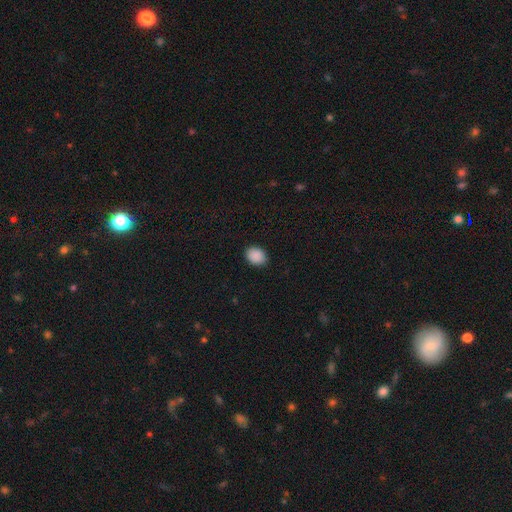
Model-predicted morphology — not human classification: smooth_or_featured: smooth (p=0.90) [alt: star or artifact p=0.08]
how_rounded: in between (p=0.63) [alt: round p=0.36]
merging: none (p=0.89) [alt: minor disturbance p=0.08]